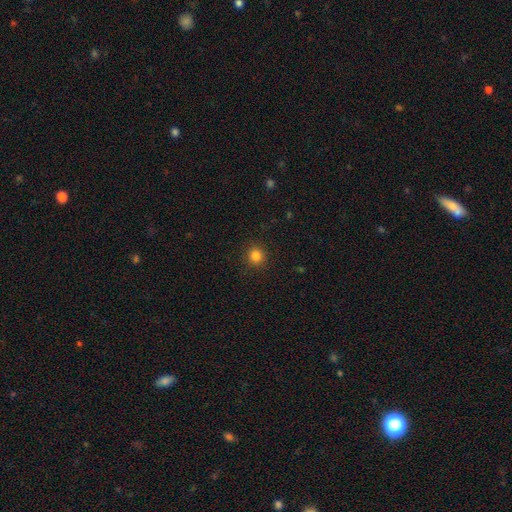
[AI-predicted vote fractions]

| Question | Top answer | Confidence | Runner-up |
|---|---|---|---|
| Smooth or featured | smooth | 84% | star or artifact (12%) |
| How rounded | round | 91% | in between (8%) |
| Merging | none | 91% | minor disturbance (6%) |